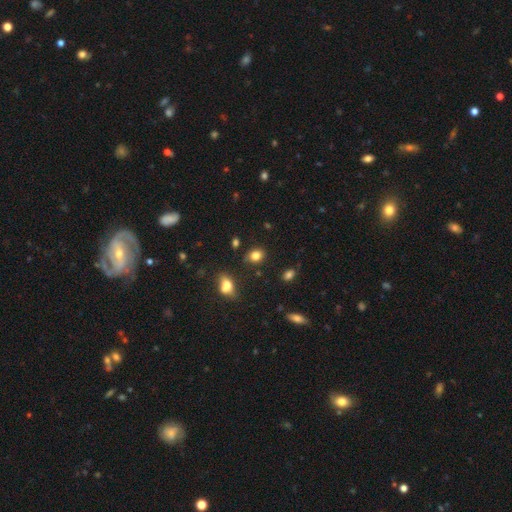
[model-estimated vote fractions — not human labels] smooth 82%, star or artifact 11%, featured or disk 6%. Down the decision tree: how rounded — in between (59%); merging — none (77%).